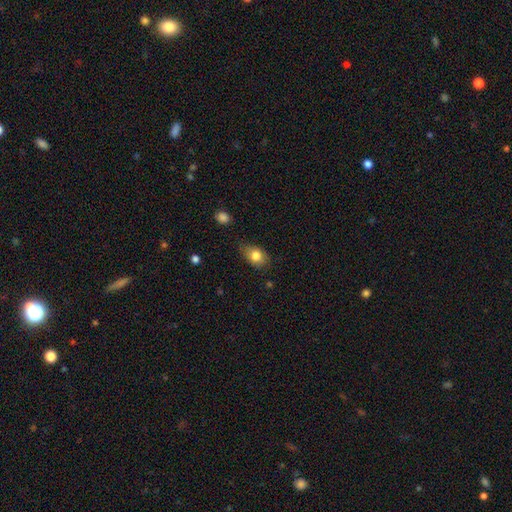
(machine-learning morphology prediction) A smooth galaxy with no disk features (81%) that is in between round and cigar-shaped (74%).

Vote fractions:
- Smooth or featured? smooth: 81% / featured or disk: 10% / star or artifact: 8%
- How rounded? in between: 74% / round: 24% / cigar-shaped: 2%
- Merging? none: 69% / minor disturbance: 25% / major disturbance: 5% / merger: 2%